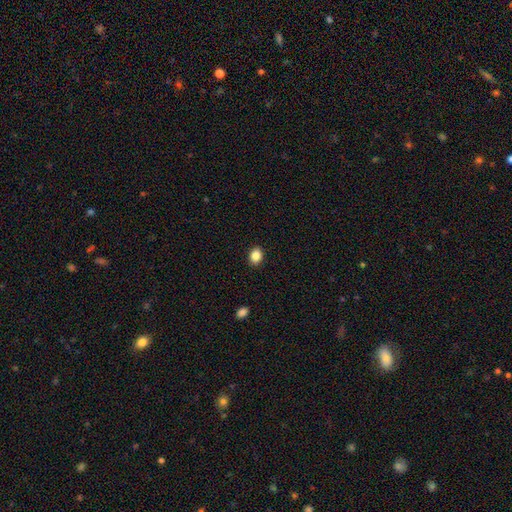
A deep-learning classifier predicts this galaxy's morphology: This is clearly a smooth galaxy (87%). How rounded: possibly in between (58%). Merging: clearly none (90%).